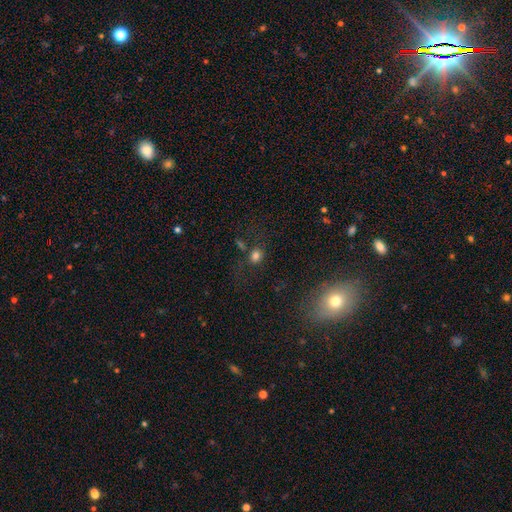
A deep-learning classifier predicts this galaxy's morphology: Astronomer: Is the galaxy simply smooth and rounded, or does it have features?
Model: smooth — 76%.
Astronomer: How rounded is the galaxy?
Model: round — 57% (runner-up: in between, 42%).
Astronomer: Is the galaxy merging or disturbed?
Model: none — 63%.